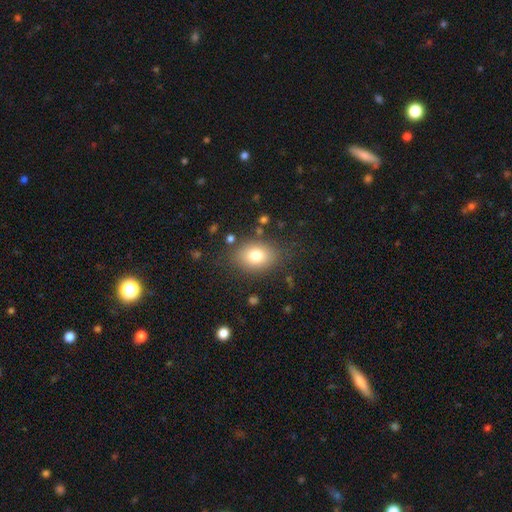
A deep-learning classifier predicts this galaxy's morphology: Smooth or featured?
  - smooth: 79% *
  - featured or disk: 11%
  - star or artifact: 10%
How rounded?
  - in between: 68% *
  - round: 31%
  - cigar-shaped: 1%
Merging?
  - none: 80% *
  - minor disturbance: 13%
  - major disturbance: 5%
  - merger: 2%